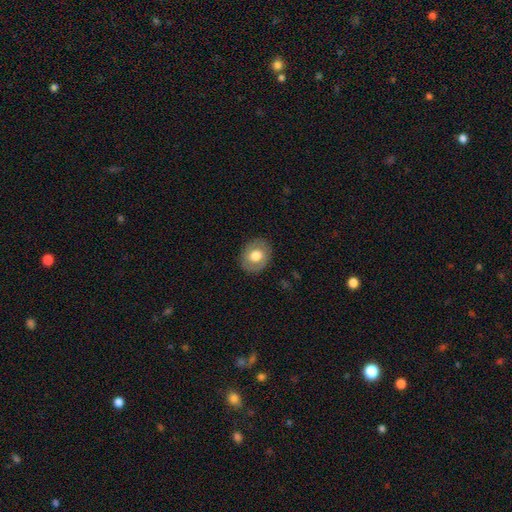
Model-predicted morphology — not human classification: Q: Smooth or featured?
A: smooth (64%); runner-up: featured or disk (29%)
Q: How rounded?
A: round (52%); runner-up: in between (47%)
Q: Merging?
A: none (85%); runner-up: minor disturbance (11%)